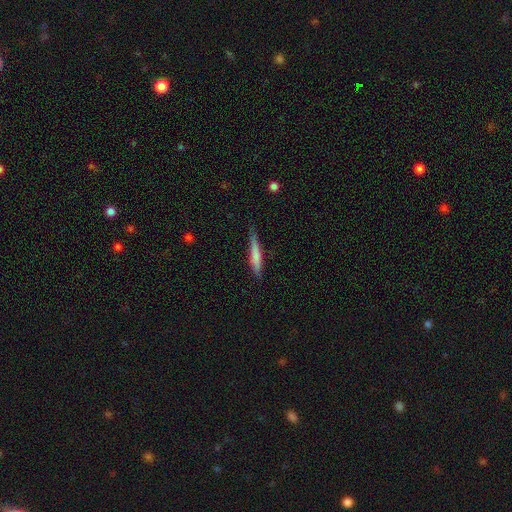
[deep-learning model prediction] A smooth galaxy with no disk features (68%) that is cigar-shaped (92%). Merging: none (75%).